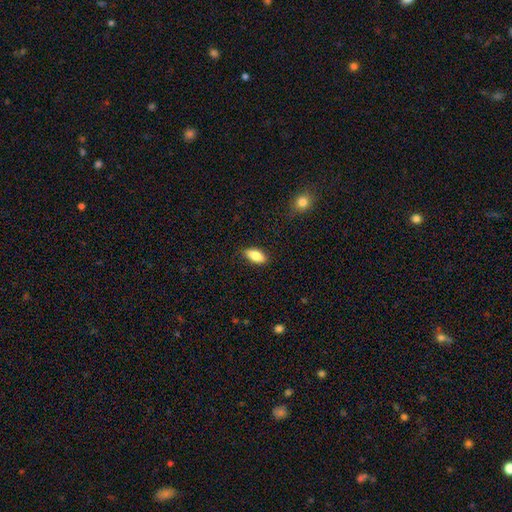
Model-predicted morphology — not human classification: type=smooth (82%); roundness=in between (84%); merging=none (85%).